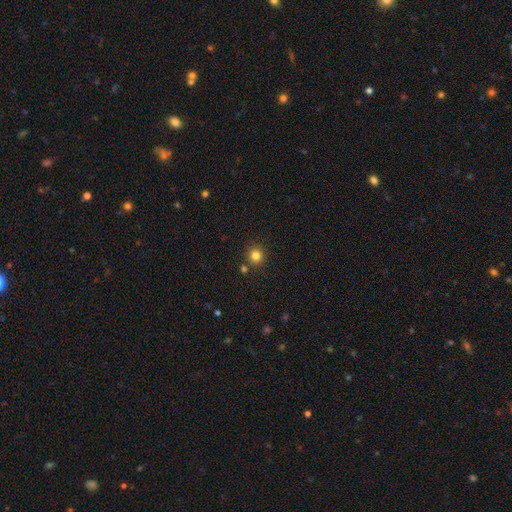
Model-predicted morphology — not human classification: Smooth or featured? Predicted: smooth (p=0.82). How rounded? Predicted: round (p=0.93). Merging? Predicted: none (p=0.84).